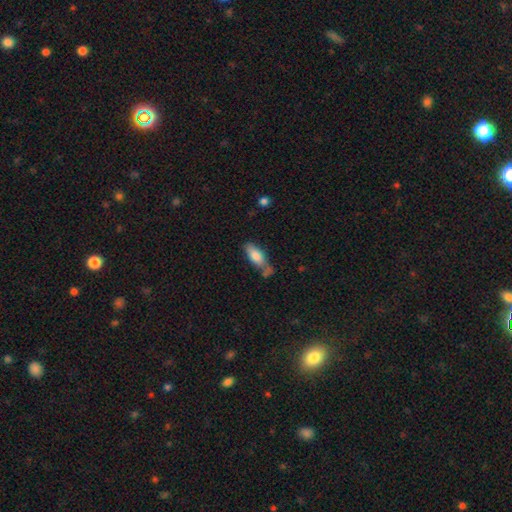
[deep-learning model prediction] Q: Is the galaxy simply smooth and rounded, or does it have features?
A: smooth — 78%.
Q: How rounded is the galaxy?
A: in between — 71%.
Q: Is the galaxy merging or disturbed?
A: none — 54%.